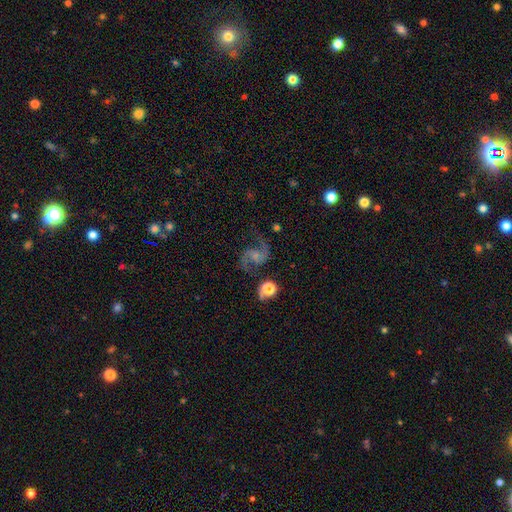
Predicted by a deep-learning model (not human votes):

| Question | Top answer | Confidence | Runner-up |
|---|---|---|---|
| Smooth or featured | featured or disk | 88% | star or artifact (7%) |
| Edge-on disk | no | 98% | yes (2%) |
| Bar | no | 58% | weak (35%) |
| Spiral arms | yes | 97% | no (3%) |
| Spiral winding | loose | 53% | medium (41%) |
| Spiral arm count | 2 | 94% | 1 (2%) |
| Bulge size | small | 52% | moderate (25%) |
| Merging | none | 72% | minor disturbance (16%) |